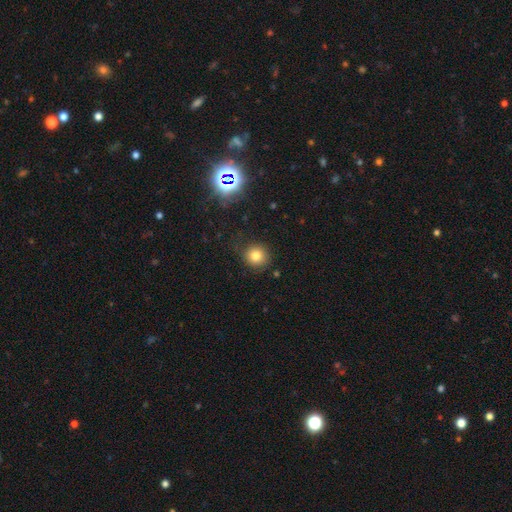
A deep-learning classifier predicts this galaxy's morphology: Smooth or featured: smooth — 77% (star or artifact — 14%)
How rounded: round — 91% (in between — 8%)
Merging: none — 83% (minor disturbance — 11%)